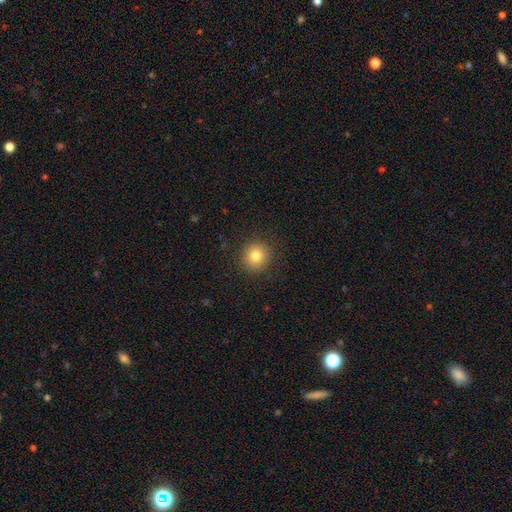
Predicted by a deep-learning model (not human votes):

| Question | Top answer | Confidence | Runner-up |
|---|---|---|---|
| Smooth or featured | smooth | 81% | star or artifact (12%) |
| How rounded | round | 92% | in between (8%) |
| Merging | none | 90% | minor disturbance (6%) |